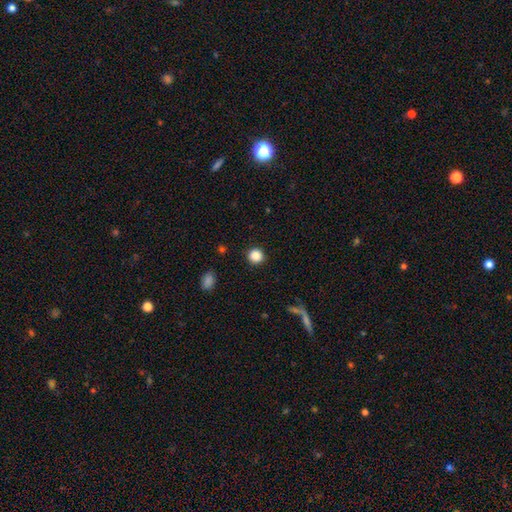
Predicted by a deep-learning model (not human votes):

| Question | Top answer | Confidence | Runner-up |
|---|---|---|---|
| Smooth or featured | smooth | 86% | star or artifact (10%) |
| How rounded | round | 93% | in between (6%) |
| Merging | none | 91% | minor disturbance (5%) |